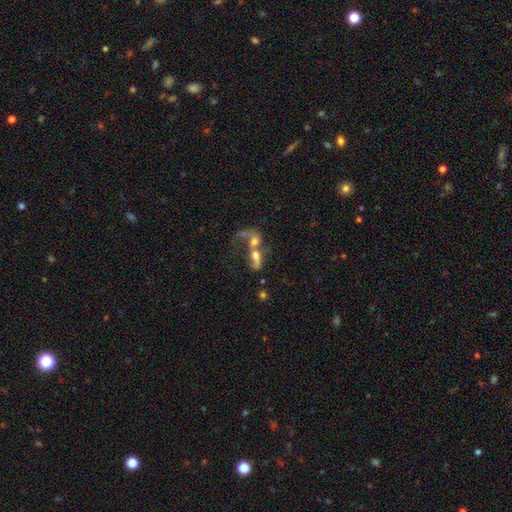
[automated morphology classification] type=featured or disk (45%); merging=merger (74%).